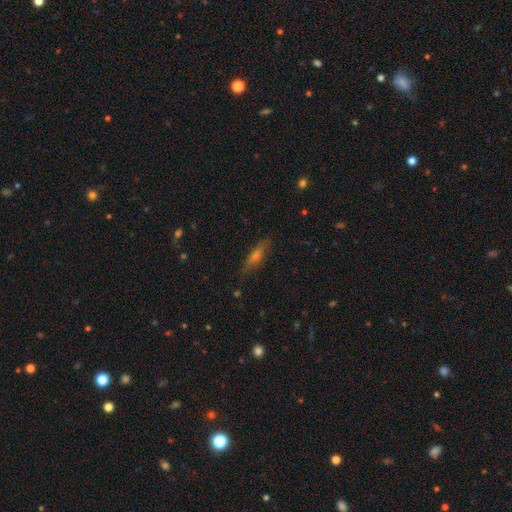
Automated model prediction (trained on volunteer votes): Smooth or featured? featured or disk (44%)
Merging? none (83%)